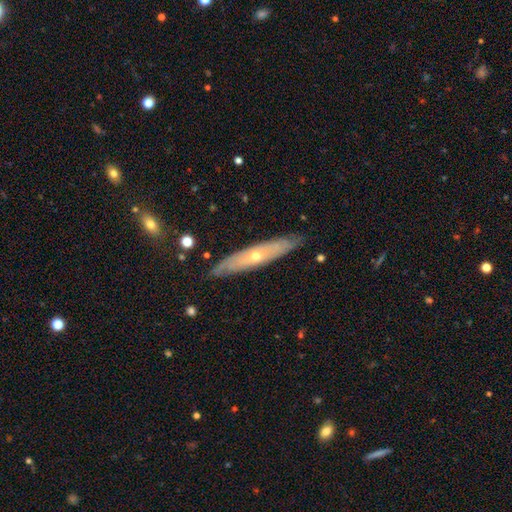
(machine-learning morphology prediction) Smooth or featured?
  - featured or disk: 64% *
  - smooth: 30%
  - star or artifact: 6%
Edge-on disk?
  - yes: 62% *
  - no: 38%
Merging?
  - none: 83% *
  - minor disturbance: 14%
  - major disturbance: 3%
  - merger: 1%